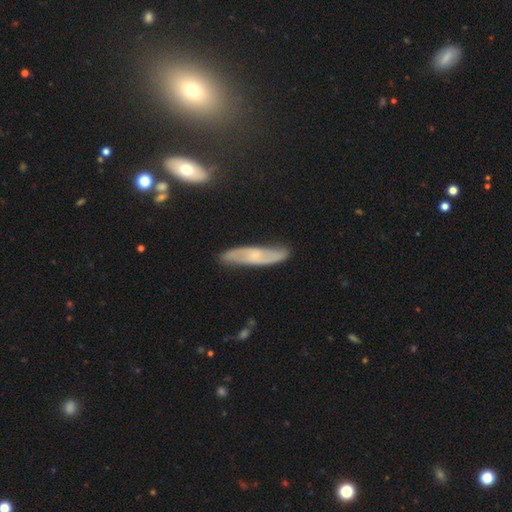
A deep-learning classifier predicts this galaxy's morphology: smooth_or_featured: featured or disk (p=0.62) [alt: smooth p=0.31]
disk_edge_on: no (p=0.69) [alt: yes p=0.31]
merging: none (p=0.81) [alt: minor disturbance p=0.14]